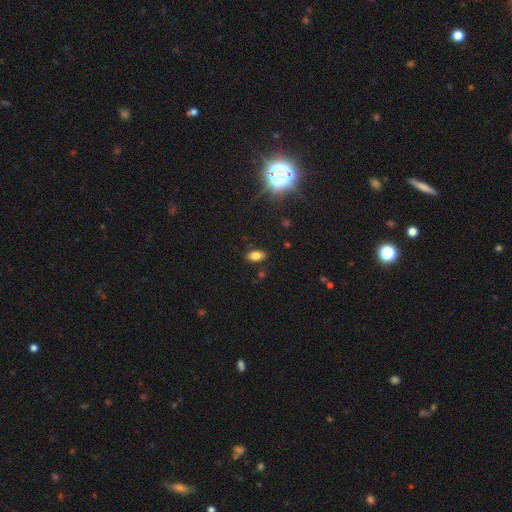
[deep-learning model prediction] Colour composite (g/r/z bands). It shows a smooth galaxy with no disk features (77%) that is in between round and cigar-shaped (89%). Merging: none (85%).